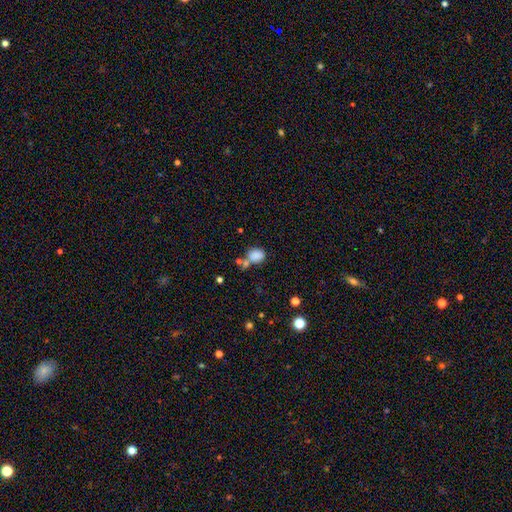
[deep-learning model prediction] Smooth or featured?
  - smooth: 83% *
  - star or artifact: 11%
  - featured or disk: 6%
How rounded?
  - round: 50% *
  - in between: 48%
  - cigar-shaped: 1%
Merging?
  - none: 50% *
  - merger: 26%
  - minor disturbance: 16%
  - major disturbance: 7%